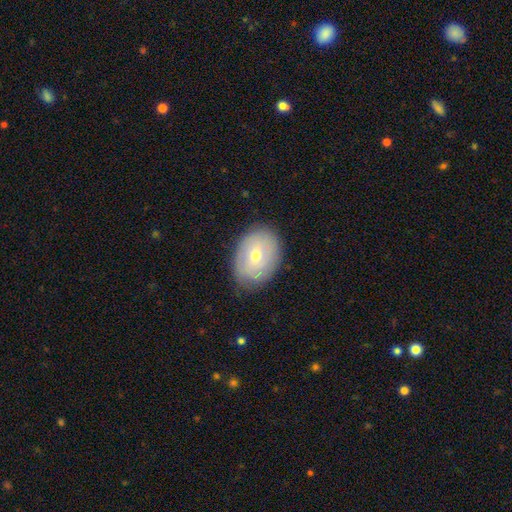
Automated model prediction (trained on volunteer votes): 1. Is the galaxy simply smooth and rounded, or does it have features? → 50% featured or disk, 43% smooth, 7% star or artifact.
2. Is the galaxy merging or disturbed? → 80% none, 15% minor disturbance, 4% major disturbance, 1% merger.